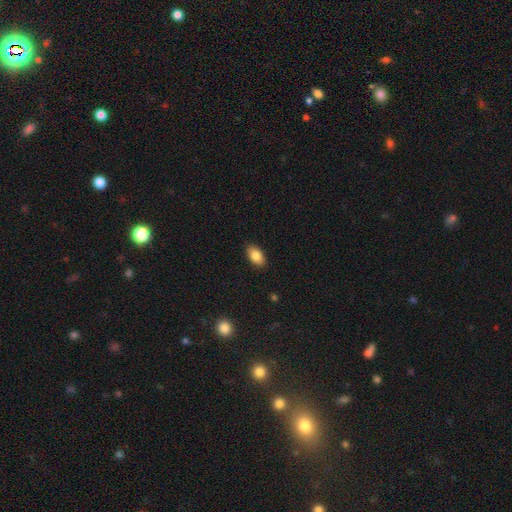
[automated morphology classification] type=smooth (85%); roundness=in between (92%); merging=none (88%).